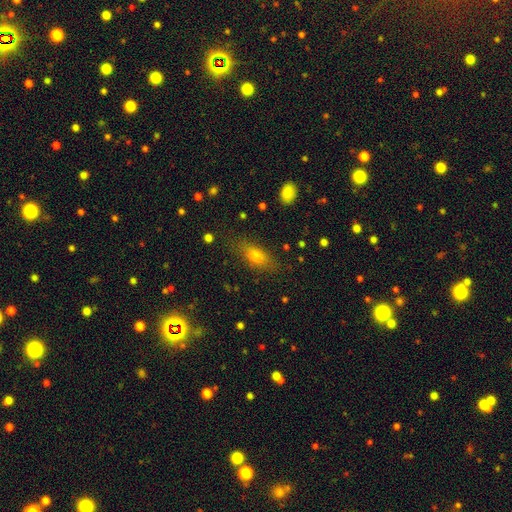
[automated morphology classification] The model was most divided on "how rounded": in between: 71%, cigar-shaped: 22%, round: 7%. More confident: merging — none (77%); smooth or featured — smooth (71%).